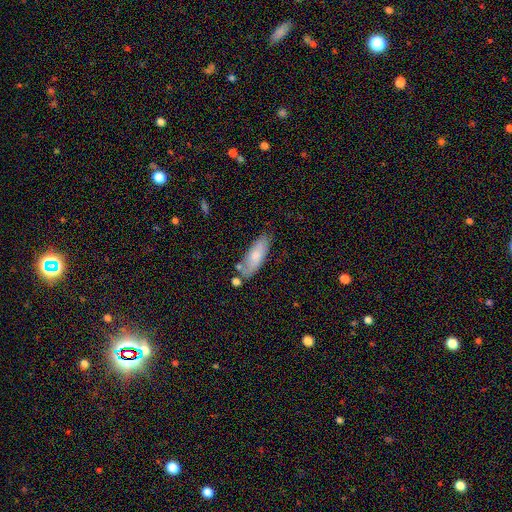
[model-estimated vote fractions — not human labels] smooth-or-featured: smooth: 75% | featured or disk: 19% | star or artifact: 6%
  how-rounded: in between: 68% | cigar-shaped: 30% | round: 2%
  merging: none: 67% | minor disturbance: 20% | merger: 8% | major disturbance: 4%